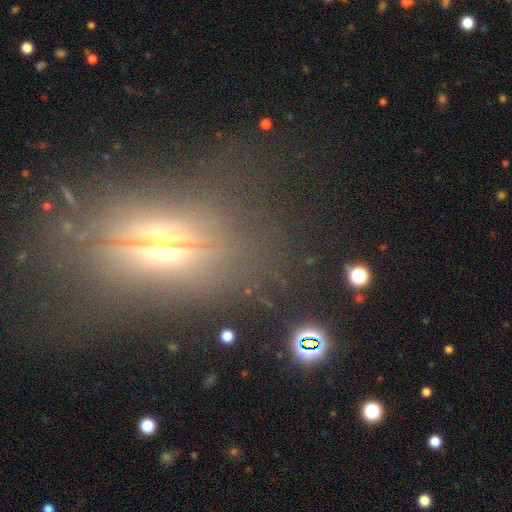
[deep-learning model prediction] A featured or disk galaxy (52%) viewed edge-on (63%).

Vote fractions:
- Smooth or featured? featured or disk: 52% / star or artifact: 25% / smooth: 24%
- Edge-on disk? yes: 63% / no: 37%
- Merging? none: 64% / major disturbance: 17% / minor disturbance: 15% / merger: 4%